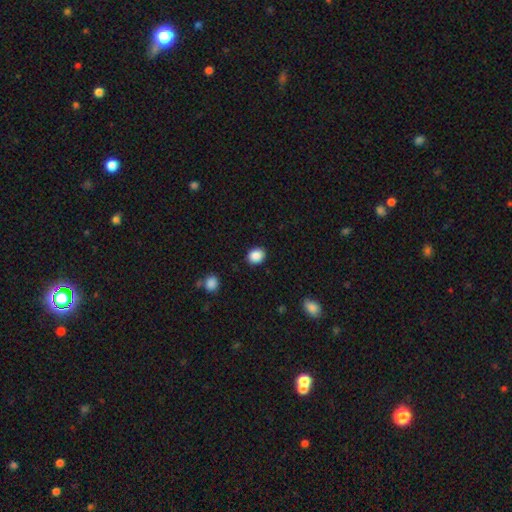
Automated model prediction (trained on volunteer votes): A smooth galaxy with no disk features (88%) that is round (62%). Merging: none (88%).